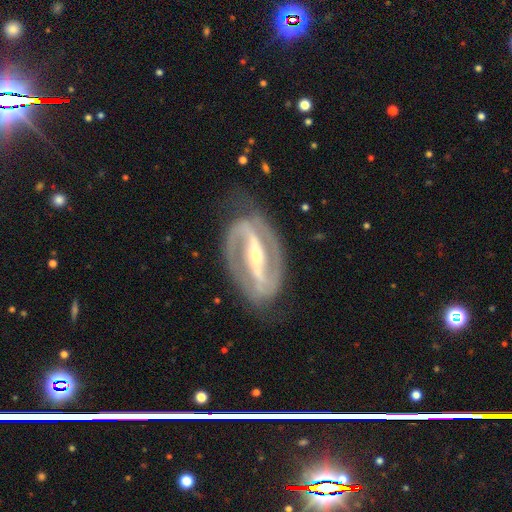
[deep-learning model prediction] This appears to be a featured or disk galaxy (91%) with a strong bar (79%), 2 (92%) medium (50%) spiral arms (95%) and a small central bulge (52%). Merging: none (75%).